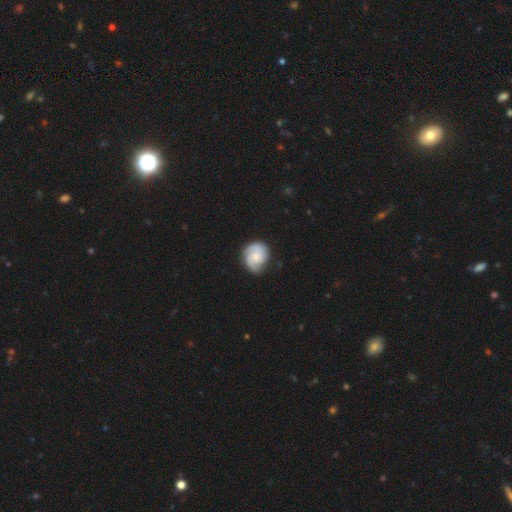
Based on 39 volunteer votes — This is likely a featured or disk galaxy (69%). It is clearly not viewed edge-on (96%). Bar: clearly no (81%). Spiral arm pattern: clearly yes (100%). Spiral arm count: clearly 2 (81%). Spiral winding: possibly tight (46%). Central bulge: possibly small (54%). Merging: likely none (75%).